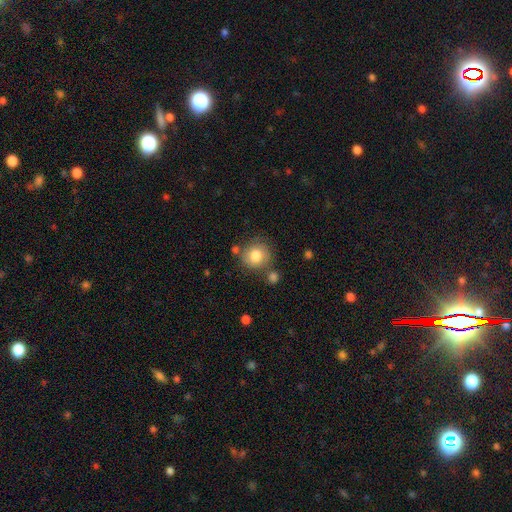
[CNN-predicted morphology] Overall: smooth (79%). How rounded: round (87%). Merging: none (70%).